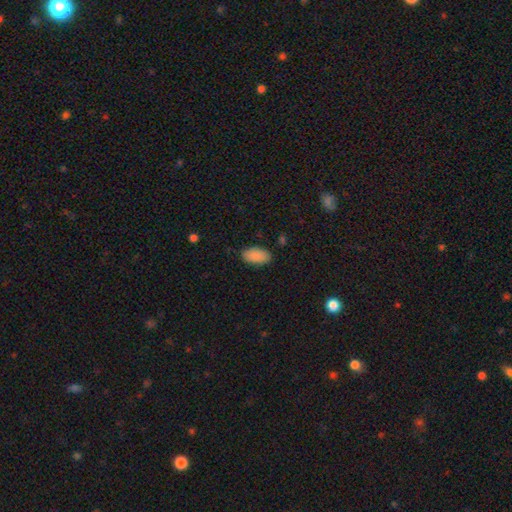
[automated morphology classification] smooth_or_featured: smooth (p=0.89) [alt: star or artifact p=0.07]
how_rounded: in between (p=0.94) [alt: cigar-shaped p=0.03]
merging: none (p=0.85) [alt: minor disturbance p=0.11]